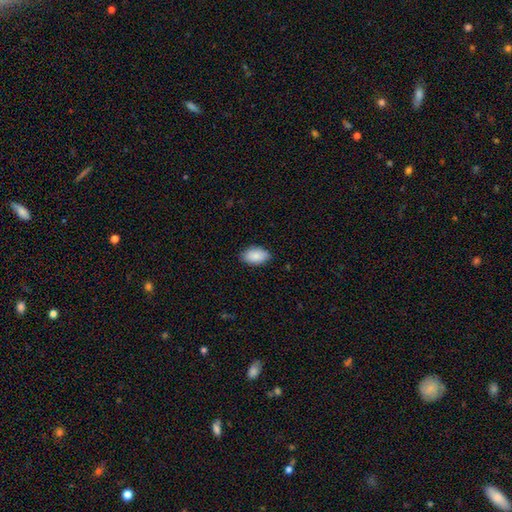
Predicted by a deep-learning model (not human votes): smooth_or_featured: smooth (p=0.89) [alt: star or artifact p=0.06]
how_rounded: in between (p=0.93) [alt: round p=0.05]
merging: none (p=0.84) [alt: minor disturbance p=0.13]